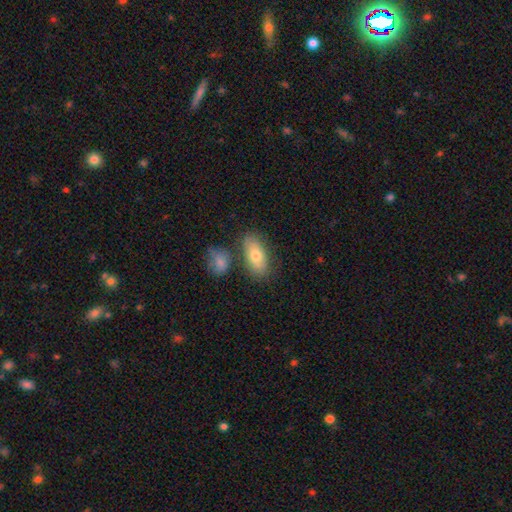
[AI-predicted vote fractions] Overall: smooth (74%). How rounded: in between (87%). Merging: none (71%).